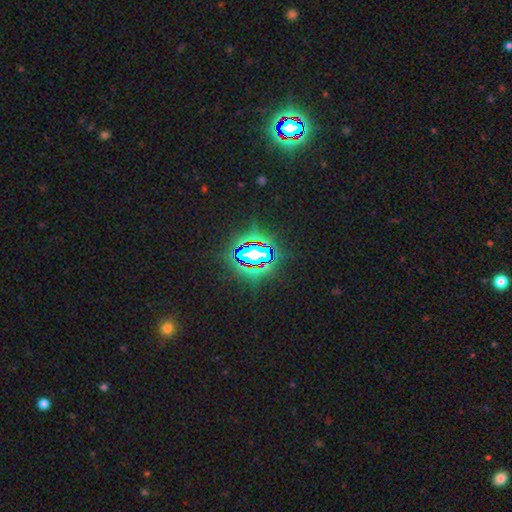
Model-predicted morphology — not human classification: star or artifact 78%, smooth 12%, featured or disk 10%.